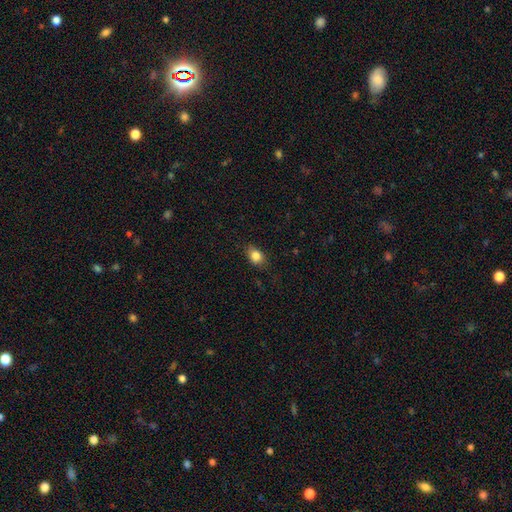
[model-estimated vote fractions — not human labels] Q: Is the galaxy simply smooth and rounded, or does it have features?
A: smooth — 84%.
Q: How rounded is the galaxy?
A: in between — 70%.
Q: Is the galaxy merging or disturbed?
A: none — 78%.